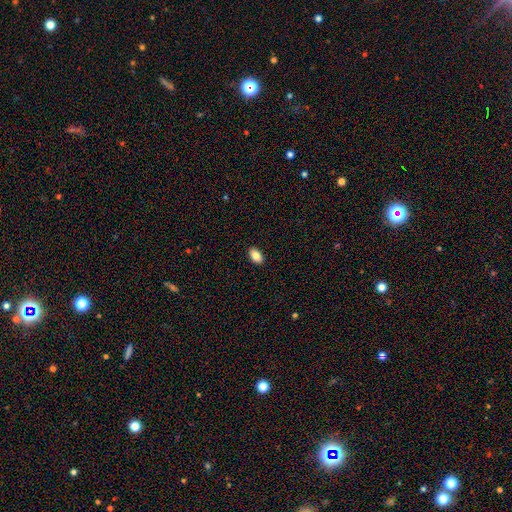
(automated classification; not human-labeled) Smooth or featured? Predicted: smooth (p=0.85). How rounded? Predicted: in between (p=0.93). Merging? Predicted: none (p=0.90).